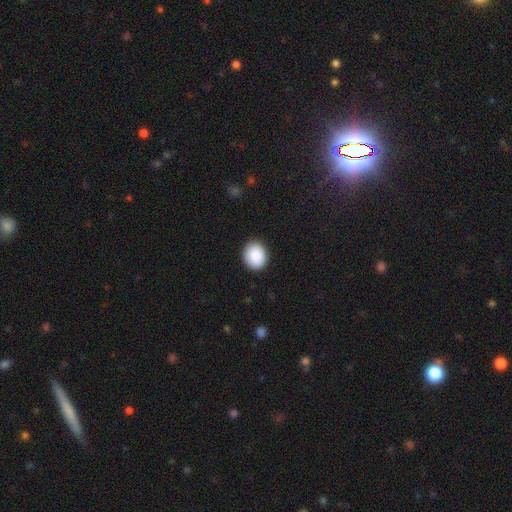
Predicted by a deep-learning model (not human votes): Q: Smooth or featured?
A: smooth (89%); runner-up: star or artifact (7%)
Q: How rounded?
A: round (64%); runner-up: in between (36%)
Q: Merging?
A: none (90%); runner-up: minor disturbance (7%)